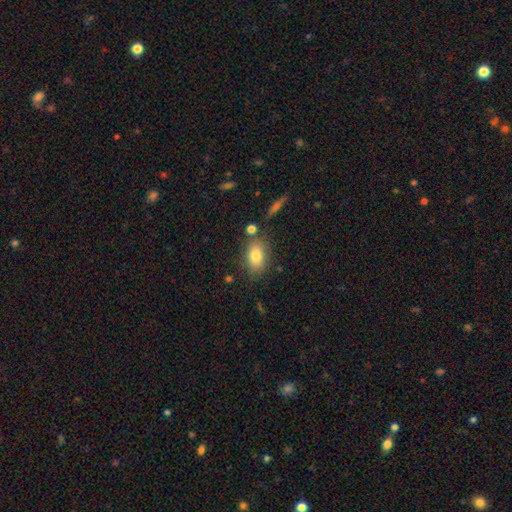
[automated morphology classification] Smooth or featured?
  - smooth: 80% *
  - featured or disk: 12%
  - star or artifact: 8%
How rounded?
  - in between: 85% *
  - round: 12%
  - cigar-shaped: 3%
Merging?
  - none: 74% *
  - minor disturbance: 13%
  - merger: 8%
  - major disturbance: 4%